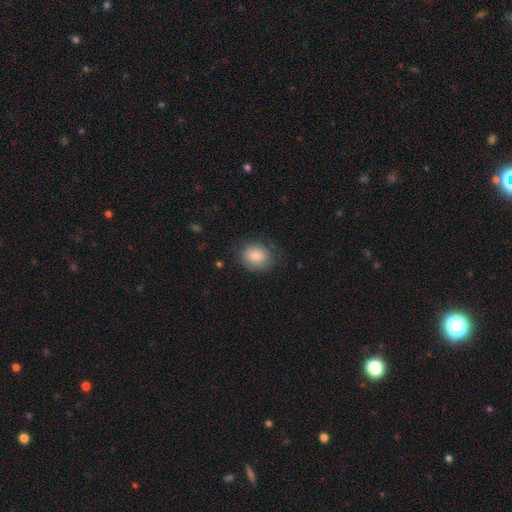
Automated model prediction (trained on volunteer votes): Smooth or featured: smooth — 81% (featured or disk — 11%)
How rounded: round — 63% (in between — 36%)
Merging: none — 71% (minor disturbance — 20%)